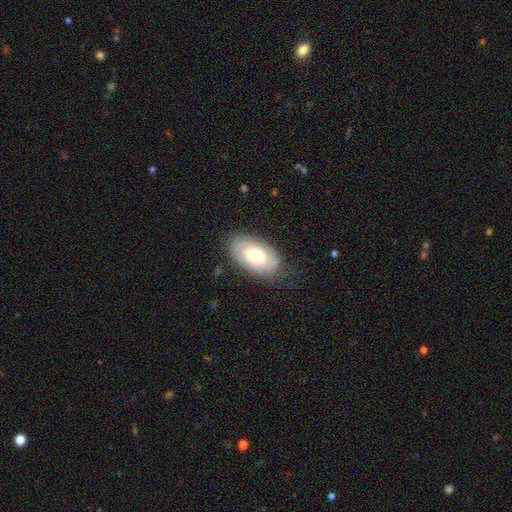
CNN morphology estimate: smooth-or-featured: smooth: 47% | featured or disk: 46% | star or artifact: 7%
  merging: none: 75% | minor disturbance: 18% | major disturbance: 6% | merger: 1%